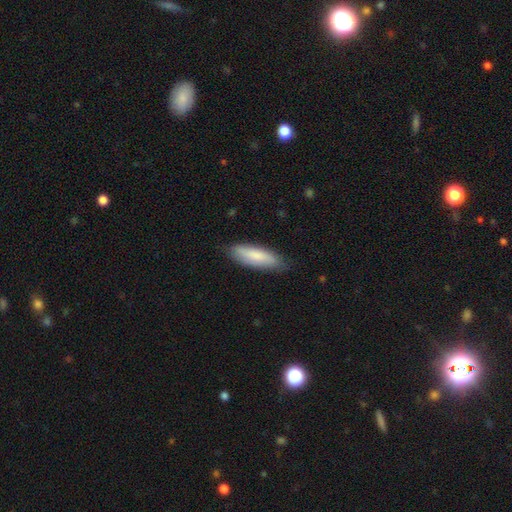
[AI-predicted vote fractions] The model was most divided on "how rounded": cigar-shaped: 52%, in between: 47%, round: 1%. More confident: merging — none (82%); smooth or featured — smooth (82%).